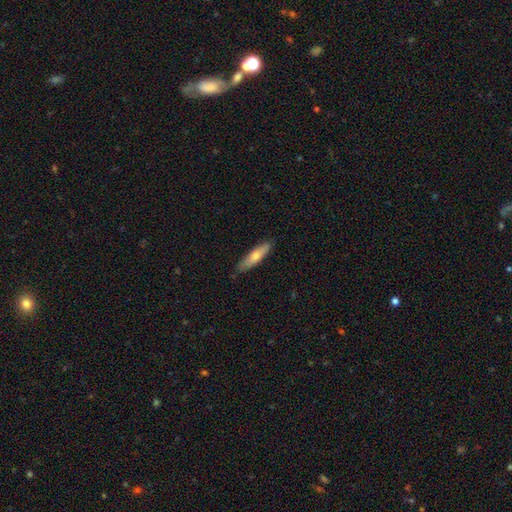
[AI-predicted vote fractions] Q: Smooth or featured?
A: smooth (63%); runner-up: featured or disk (31%)
Q: How rounded?
A: cigar-shaped (72%); runner-up: in between (27%)
Q: Merging?
A: none (83%); runner-up: minor disturbance (13%)